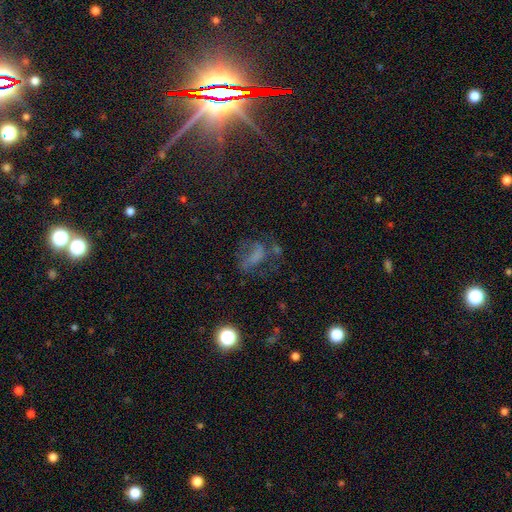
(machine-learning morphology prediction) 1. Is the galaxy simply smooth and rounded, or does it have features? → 36% smooth (tied), 36% featured or disk (tied), 27% star or artifact.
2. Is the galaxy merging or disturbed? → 38% none, 35% major disturbance, 20% minor disturbance, 7% merger.